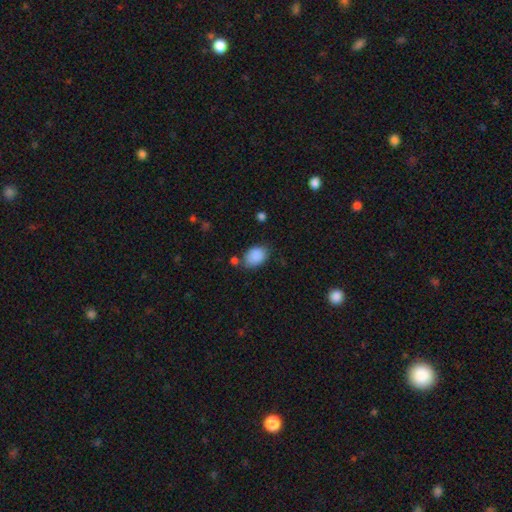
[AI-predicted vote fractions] Smooth or featured: smooth — 88% (star or artifact — 8%)
How rounded: in between — 82% (round — 17%)
Merging: none — 69% (minor disturbance — 19%)